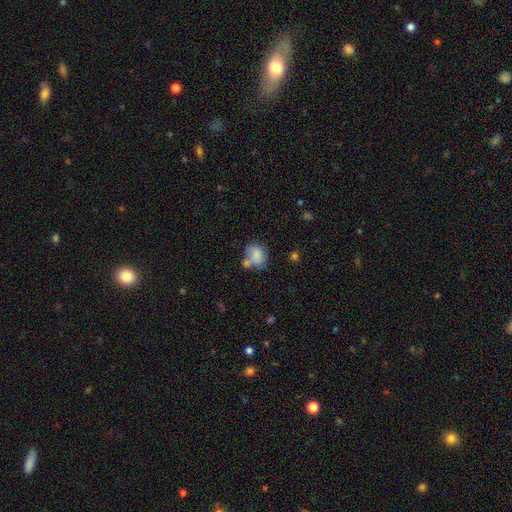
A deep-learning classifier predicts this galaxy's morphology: Smooth or featured?
  - smooth: 77% *
  - featured or disk: 14%
  - star or artifact: 9%
How rounded?
  - round: 56% *
  - in between: 43%
  - cigar-shaped: 1%
Merging?
  - none: 38% *
  - merger: 31%
  - minor disturbance: 20%
  - major disturbance: 11%